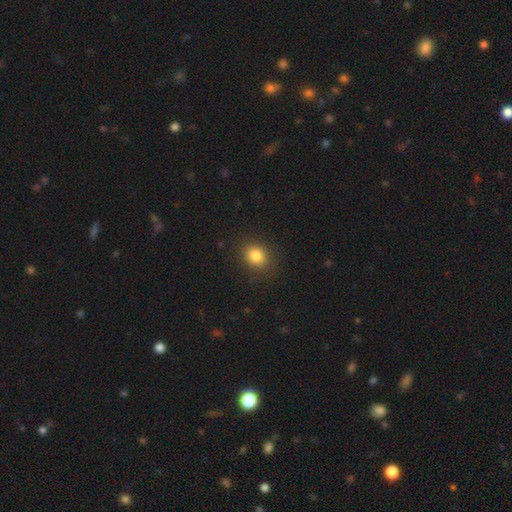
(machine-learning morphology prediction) This appears to be a smooth galaxy with no disk features (83%) that is round (62%). Merging: none (86%).